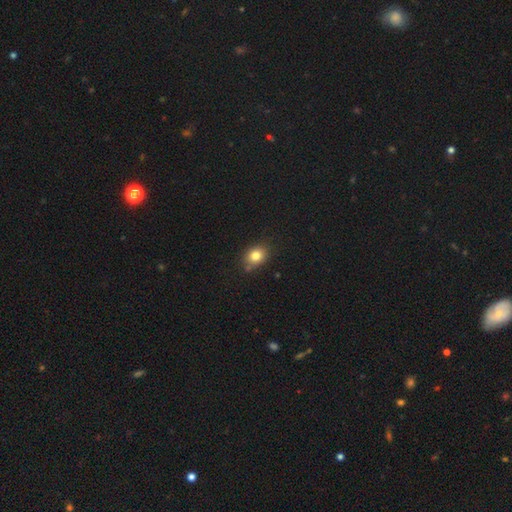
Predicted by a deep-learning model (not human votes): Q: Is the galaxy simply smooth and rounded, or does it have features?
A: smooth — 81%.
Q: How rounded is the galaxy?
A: round — 51%.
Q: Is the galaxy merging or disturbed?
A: none — 78%.